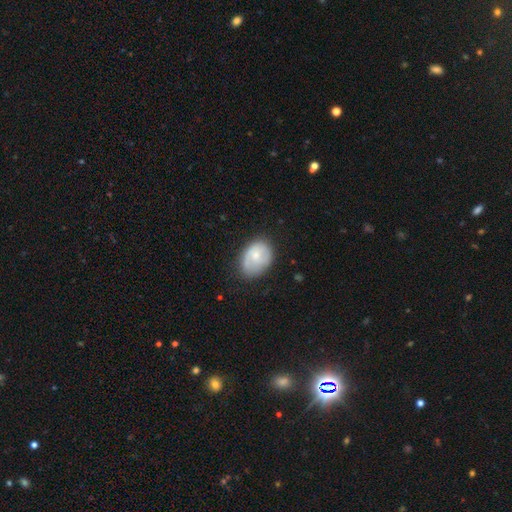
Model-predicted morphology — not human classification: Q: Smooth or featured?
A: smooth (54%); runner-up: featured or disk (40%)
Q: How rounded?
A: in between (69%); runner-up: round (30%)
Q: Merging?
A: none (63%); runner-up: minor disturbance (26%)